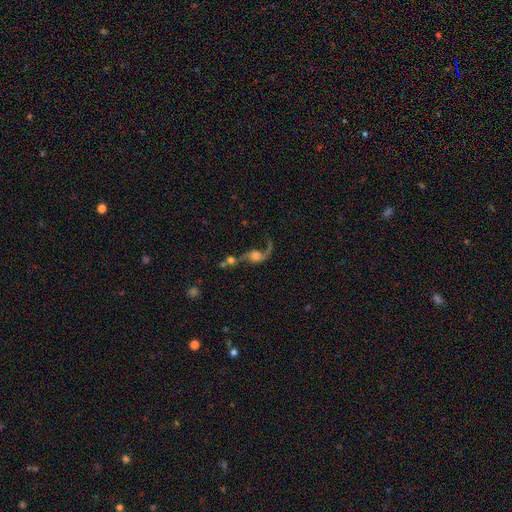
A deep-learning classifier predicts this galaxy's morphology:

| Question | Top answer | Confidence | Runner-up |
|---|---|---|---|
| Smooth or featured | featured or disk | 63% | smooth (24%) |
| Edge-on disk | no | 93% | yes (7%) |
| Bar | no | 70% | weak (24%) |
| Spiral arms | yes | 84% | no (16%) |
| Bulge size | moderate | 34% | large (30%) |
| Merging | merger | 48% | none (23%) |